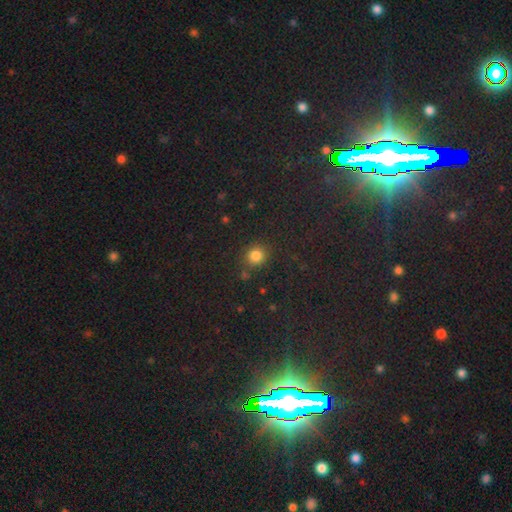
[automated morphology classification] A smooth galaxy with no disk features (79%) that is round (83%).

Vote fractions:
- Smooth or featured? smooth: 79% / star or artifact: 16% / featured or disk: 5%
- How rounded? round: 83% / in between: 15% / cigar-shaped: 1%
- Merging? none: 80% / minor disturbance: 11% / major disturbance: 5% / merger: 4%